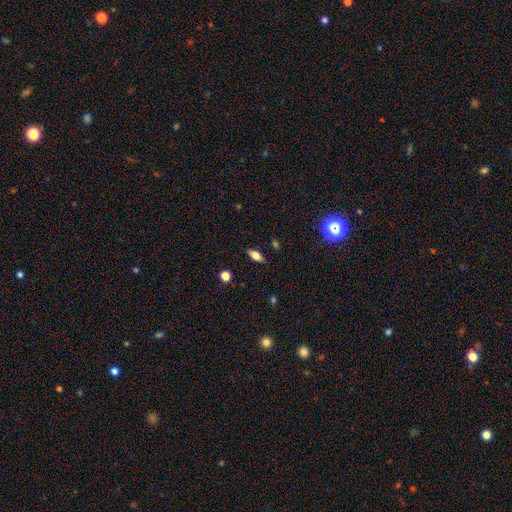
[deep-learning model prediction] Smooth or featured?
  - smooth: 65% *
  - featured or disk: 24%
  - star or artifact: 10%
How rounded?
  - in between: 78% *
  - cigar-shaped: 18%
  - round: 4%
Merging?
  - none: 86% *
  - minor disturbance: 10%
  - major disturbance: 2%
  - merger: 1%